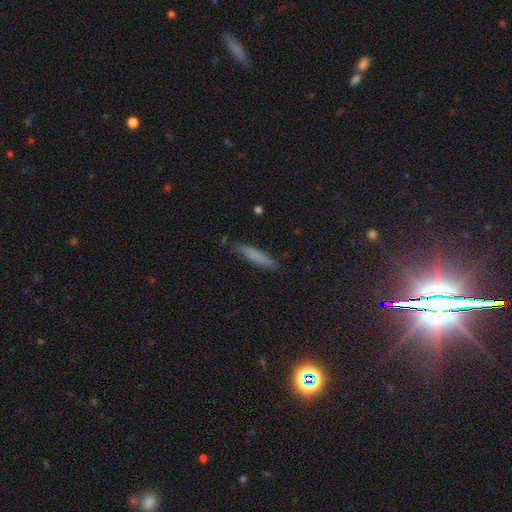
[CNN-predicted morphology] smooth_or_featured: smooth (p=0.76) [alt: featured or disk p=0.15]
how_rounded: cigar-shaped (p=0.91) [alt: in between p=0.07]
merging: none (p=0.81) [alt: minor disturbance p=0.14]